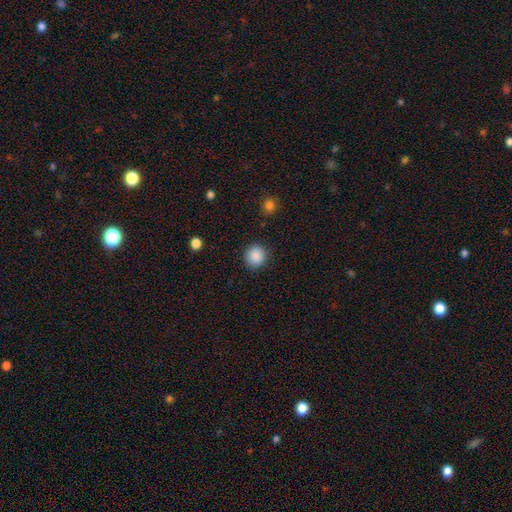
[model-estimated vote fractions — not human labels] The model was most divided on "how rounded": round: 89%, in between: 10%, cigar-shaped: 1%. More confident: merging — none (89%); smooth or featured — smooth (88%).